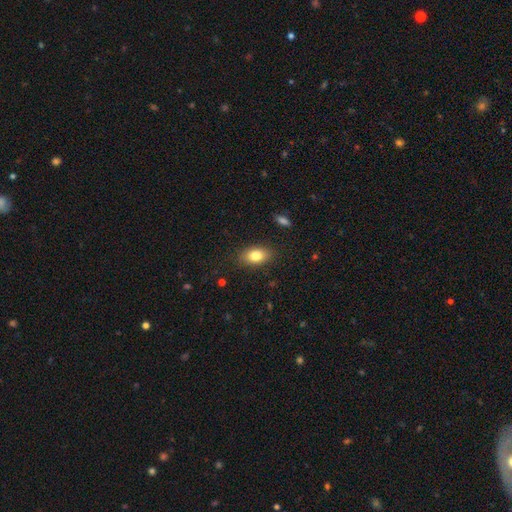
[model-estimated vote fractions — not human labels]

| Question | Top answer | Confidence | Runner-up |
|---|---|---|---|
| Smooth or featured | smooth | 81% | featured or disk (11%) |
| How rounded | in between | 86% | round (12%) |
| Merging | none | 85% | minor disturbance (11%) |